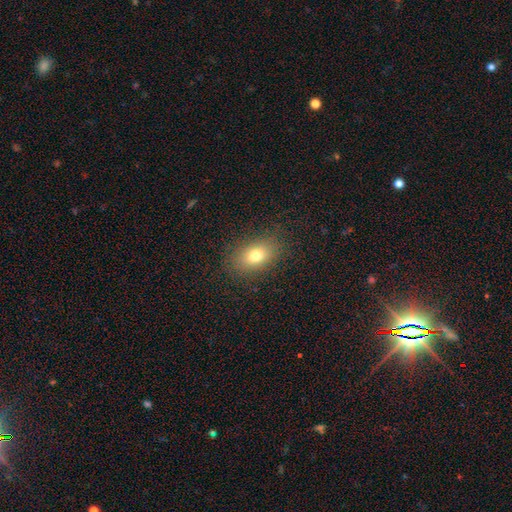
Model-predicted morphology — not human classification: Smooth or featured? Predicted: smooth (p=0.75). How rounded? Predicted: in between (p=0.81). Merging? Predicted: none (p=0.85).